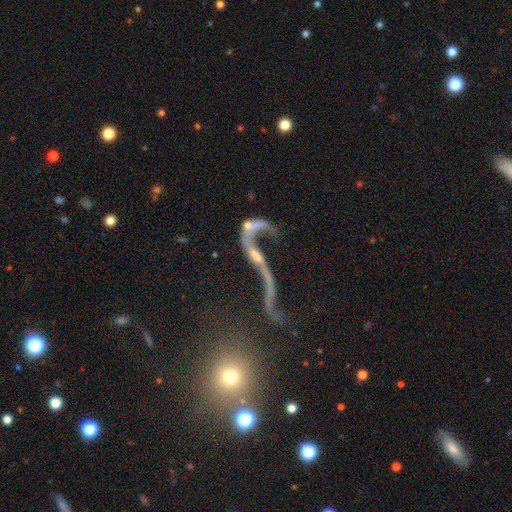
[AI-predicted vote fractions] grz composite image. It shows a featured or disk galaxy (77%) with no bar (56%), spiral arms (71%) and a small central bulge (45%). Merging: major disturbance (33%).